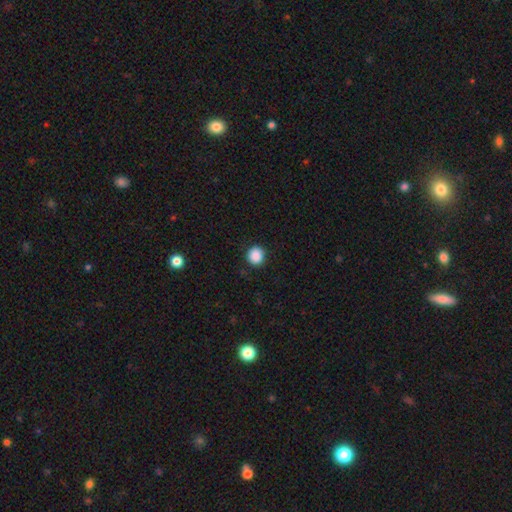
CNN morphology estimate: Smooth or featured? smooth (89%)
How rounded? round (90%)
Merging? none (91%)